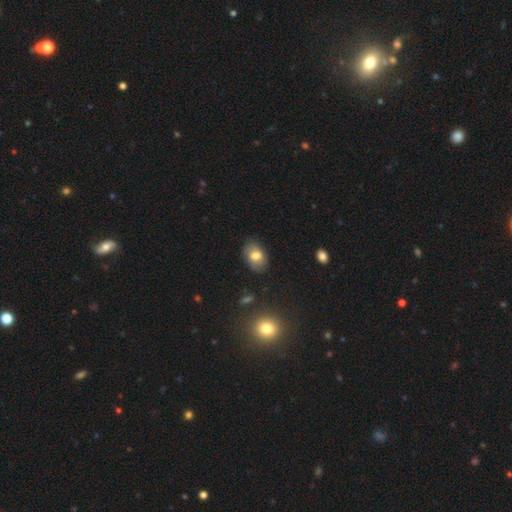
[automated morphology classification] Overall: smooth (74%). How rounded: in between (85%). Merging: none (81%).